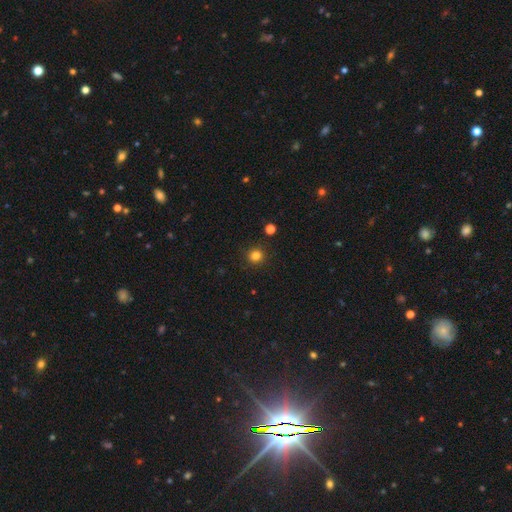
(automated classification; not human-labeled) This is clearly a smooth galaxy (82%). How rounded: clearly round (94%). Merging: clearly none (91%).